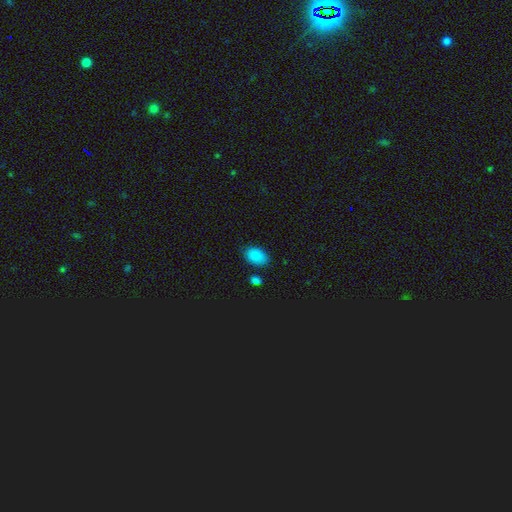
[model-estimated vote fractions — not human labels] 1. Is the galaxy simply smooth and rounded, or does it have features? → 86% smooth, 10% star or artifact, 4% featured or disk.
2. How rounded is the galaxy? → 89% in between, 10% round, 1% cigar-shaped.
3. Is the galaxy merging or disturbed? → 78% none, 14% minor disturbance, 5% merger, 3% major disturbance.